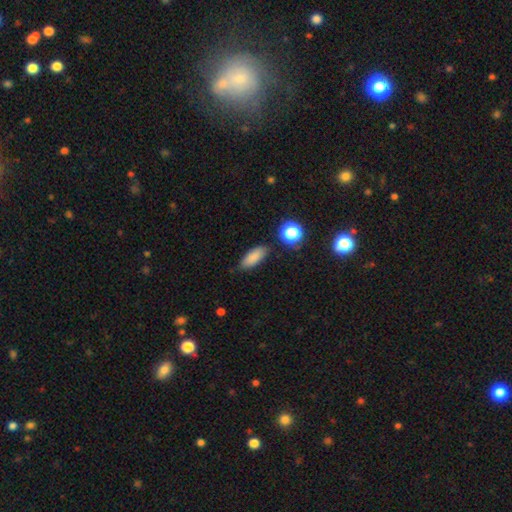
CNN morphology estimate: The model was most divided on "how rounded": in between: 77%, cigar-shaped: 19%, round: 4%. More confident: smooth or featured — smooth (84%); merging — none (84%).